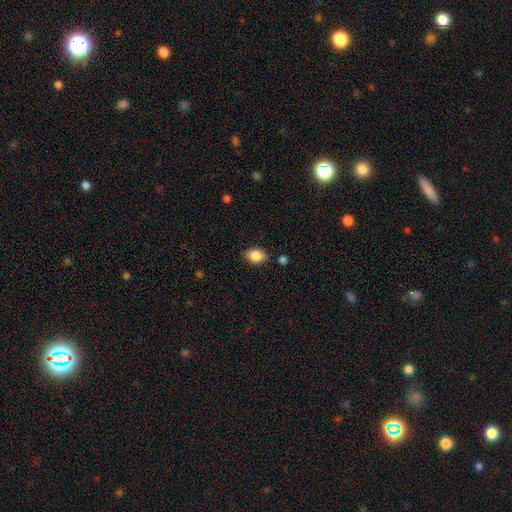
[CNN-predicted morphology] This is clearly a smooth galaxy (86%). How rounded: clearly in between (85%). Merging: clearly none (82%).